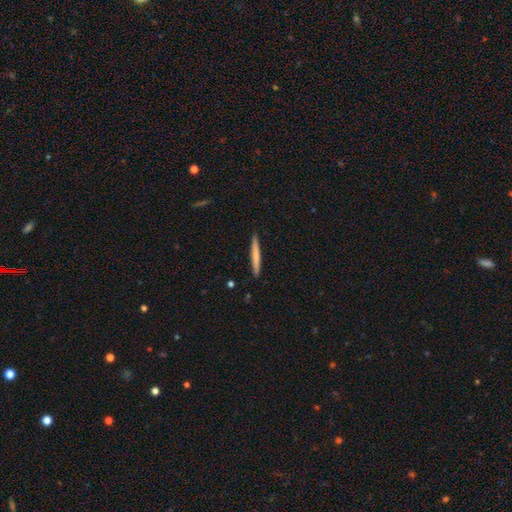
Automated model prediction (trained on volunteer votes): This is likely a smooth galaxy (65%). How rounded: clearly cigar-shaped (96%). Merging: clearly none (91%).